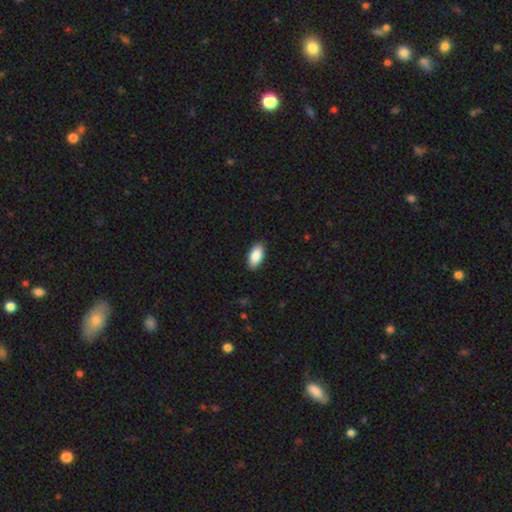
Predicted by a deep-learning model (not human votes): Q: Smooth or featured?
A: smooth (89%); runner-up: star or artifact (6%)
Q: How rounded?
A: in between (93%); runner-up: cigar-shaped (5%)
Q: Merging?
A: none (89%); runner-up: minor disturbance (8%)